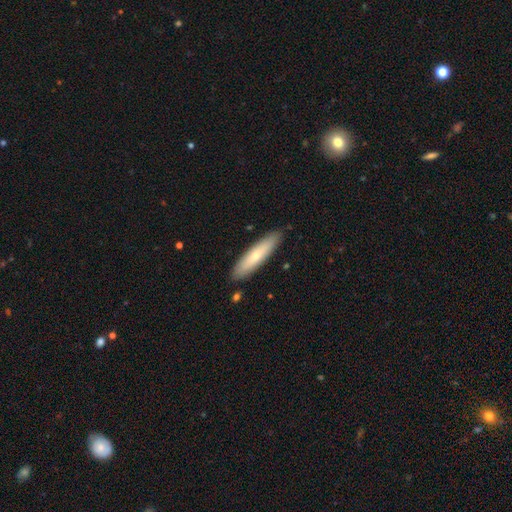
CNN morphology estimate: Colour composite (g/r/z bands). It shows a smooth galaxy with no disk features (66%) that is cigar-shaped (79%). Merging: none (88%).